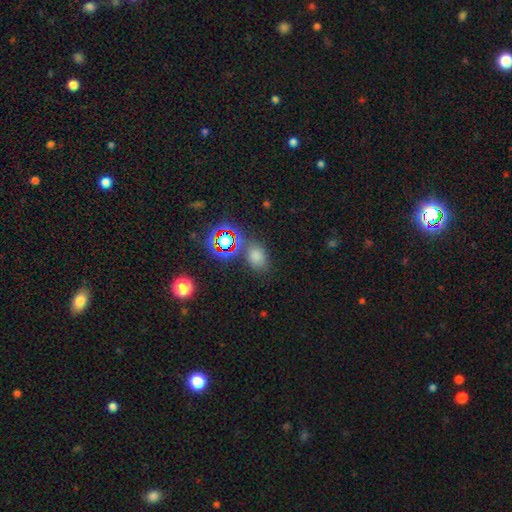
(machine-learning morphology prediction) Smooth or featured?
  - smooth: 64% *
  - star or artifact: 29%
  - featured or disk: 7%
How rounded?
  - in between: 64% *
  - round: 34%
  - cigar-shaped: 2%
Merging?
  - none: 71% *
  - minor disturbance: 15%
  - merger: 8%
  - major disturbance: 6%